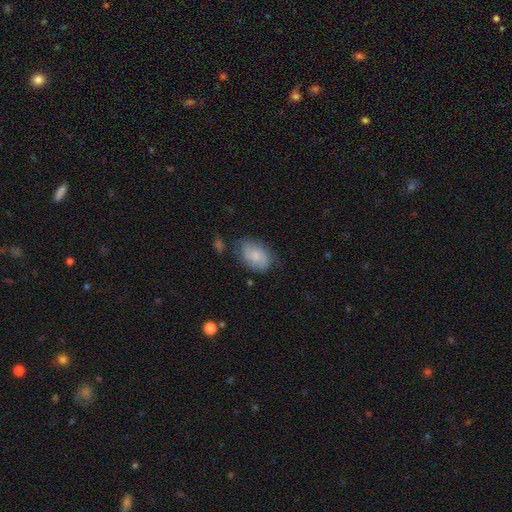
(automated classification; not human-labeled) The model was most divided on "merging": none: 59%, minor disturbance: 28%, major disturbance: 9%, merger: 4%. More confident: how rounded — in between (85%); smooth or featured — smooth (71%).